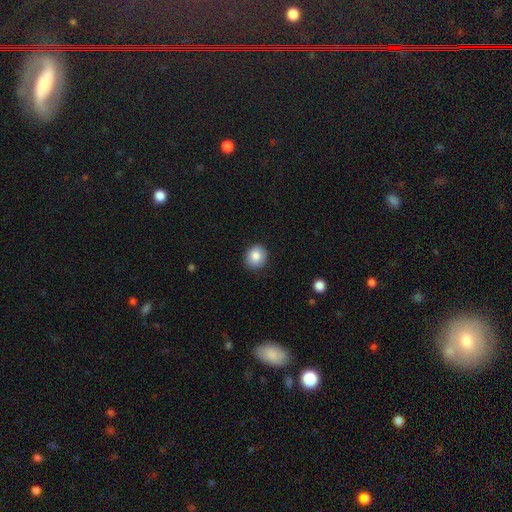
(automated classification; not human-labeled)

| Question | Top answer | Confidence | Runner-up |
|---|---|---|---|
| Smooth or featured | smooth | 86% | star or artifact (8%) |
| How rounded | round | 77% | in between (22%) |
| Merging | none | 88% | minor disturbance (9%) |